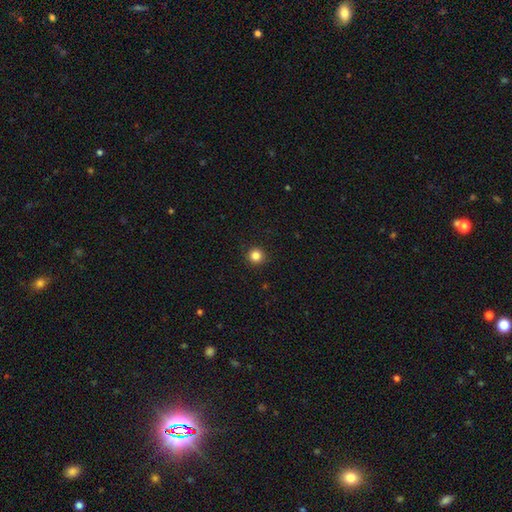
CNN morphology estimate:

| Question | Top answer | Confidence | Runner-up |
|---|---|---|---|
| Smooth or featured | smooth | 84% | star or artifact (12%) |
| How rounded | round | 96% | in between (3%) |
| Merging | none | 92% | minor disturbance (5%) |